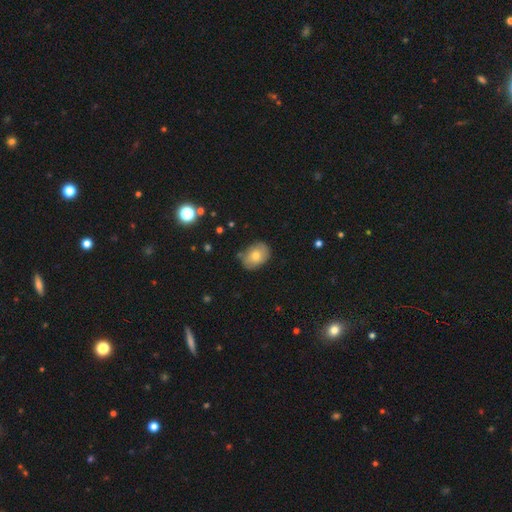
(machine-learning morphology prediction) A smooth galaxy with no disk features (68%) that is in between round and cigar-shaped (66%).

Vote fractions:
- Smooth or featured? smooth: 68% / featured or disk: 23% / star or artifact: 8%
- How rounded? in between: 66% / round: 33% / cigar-shaped: 1%
- Merging? none: 70% / minor disturbance: 24% / major disturbance: 4% / merger: 2%